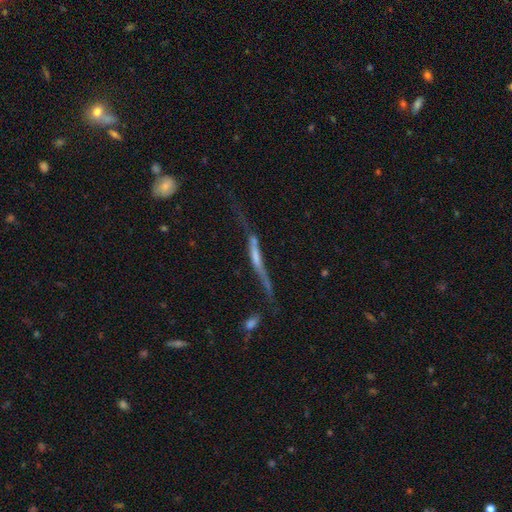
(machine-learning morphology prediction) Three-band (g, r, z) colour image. It shows a featured or disk galaxy (61%) viewed edge-on (75%). Merging: major disturbance (32%).